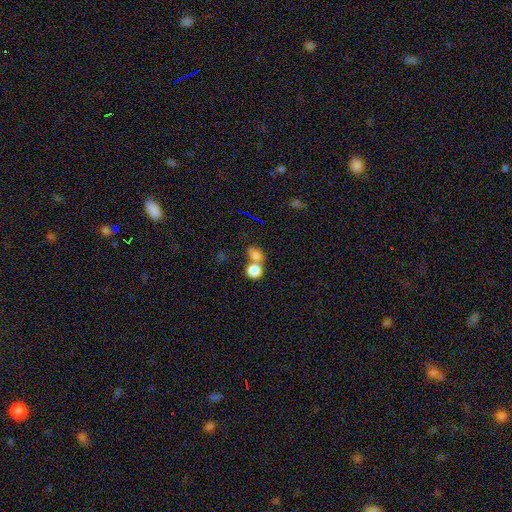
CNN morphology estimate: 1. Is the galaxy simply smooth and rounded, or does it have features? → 78% smooth, 13% star or artifact, 9% featured or disk.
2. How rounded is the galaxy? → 69% round, 30% in between, 2% cigar-shaped.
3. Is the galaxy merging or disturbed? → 47% merger, 41% none, 8% minor disturbance, 4% major disturbance.